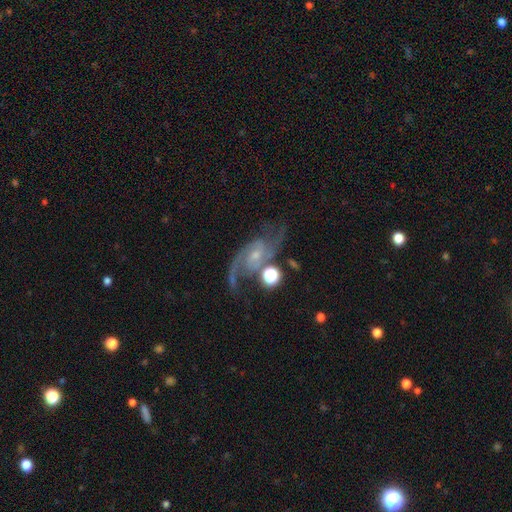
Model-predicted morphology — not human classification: Smooth or featured? Predicted: featured or disk (p=0.88). Edge-on disk? Predicted: no (p=0.97). Bar? Predicted: no (p=0.50). Spiral arms? Predicted: yes (p=0.97). Spiral winding? Predicted: medium (p=0.49). Spiral arm count? Predicted: 2 (p=0.89). Bulge size? Predicted: small (p=0.62). Merging? Predicted: none (p=0.63).